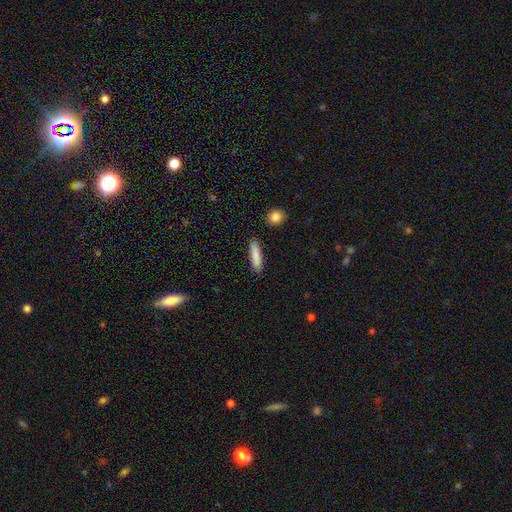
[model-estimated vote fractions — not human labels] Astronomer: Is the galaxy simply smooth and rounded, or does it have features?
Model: smooth — 85%.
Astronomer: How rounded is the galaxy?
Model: cigar-shaped — 80%.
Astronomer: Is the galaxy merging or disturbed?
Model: none — 88%.